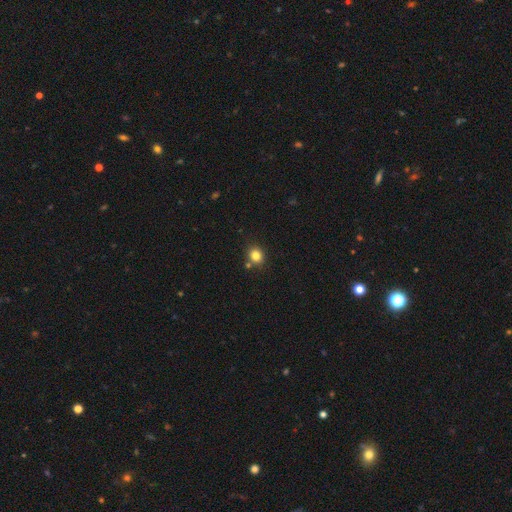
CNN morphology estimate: The model was most divided on "how rounded": round: 72%, in between: 27%, cigar-shaped: 1%. More confident: smooth or featured — smooth (82%); merging — none (80%).